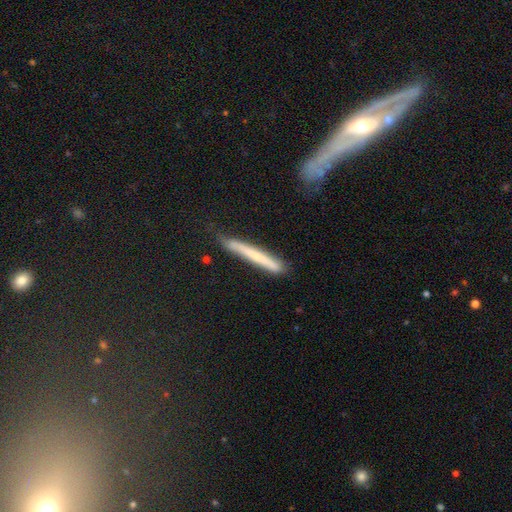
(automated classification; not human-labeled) smooth_or_featured: smooth (p=0.48) [alt: featured or disk p=0.40]
merging: none (p=0.68) [alt: minor disturbance p=0.20]